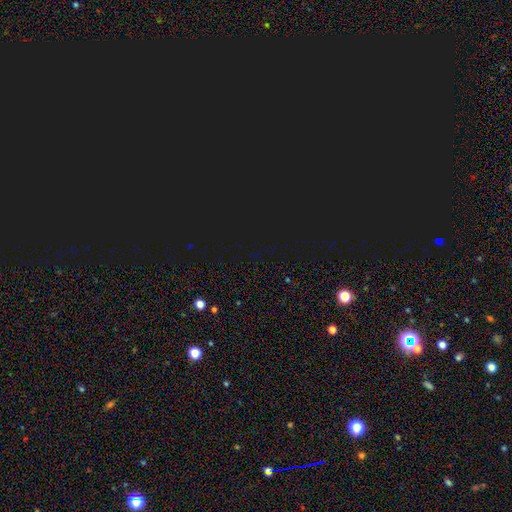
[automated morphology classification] This is likely a star or artifact rather than a galaxy (78%).